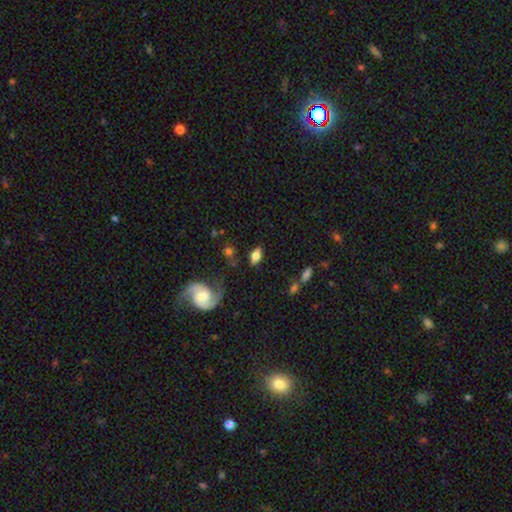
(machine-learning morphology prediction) This is likely a smooth galaxy (64%). How rounded: clearly in between (87%). Merging: likely none (74%).